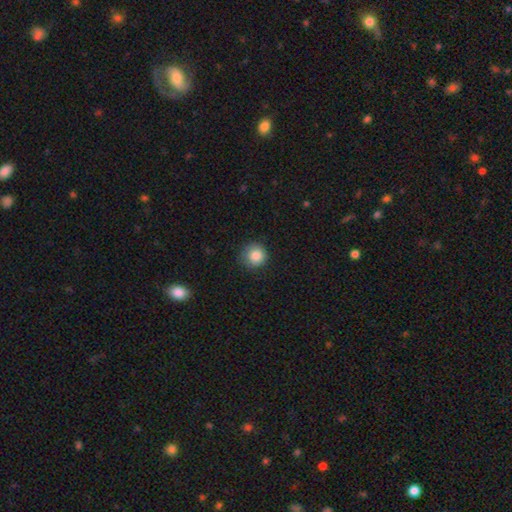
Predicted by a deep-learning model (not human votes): Smooth or featured?
  - smooth: 86% *
  - star or artifact: 9%
  - featured or disk: 5%
How rounded?
  - round: 92% *
  - in between: 7%
  - cigar-shaped: 1%
Merging?
  - none: 78% *
  - minor disturbance: 17%
  - major disturbance: 4%
  - merger: 1%